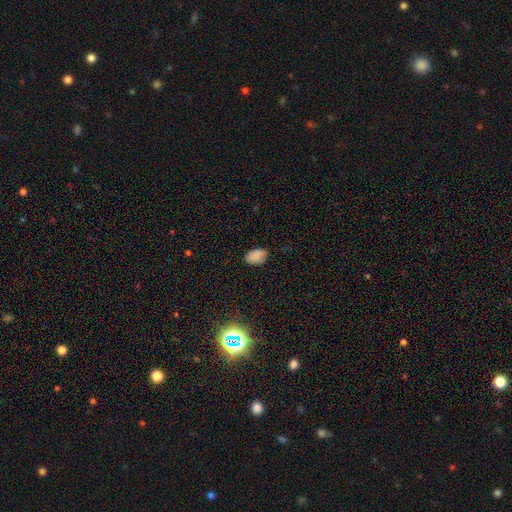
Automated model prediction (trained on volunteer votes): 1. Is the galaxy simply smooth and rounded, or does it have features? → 82% smooth, 12% star or artifact, 6% featured or disk.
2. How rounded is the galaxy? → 86% in between, 13% round, 1% cigar-shaped.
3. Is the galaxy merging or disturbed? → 75% none, 20% minor disturbance, 4% major disturbance, 1% merger.